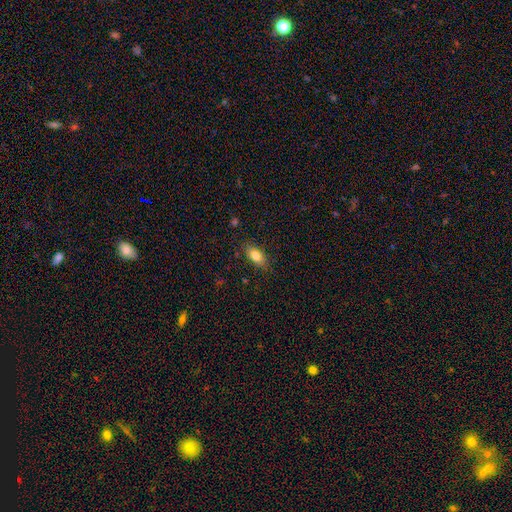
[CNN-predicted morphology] Smooth or featured? smooth (81%)
How rounded? in between (87%)
Merging? none (84%)